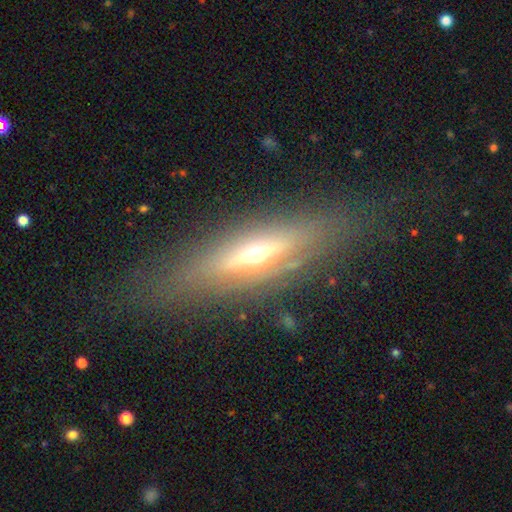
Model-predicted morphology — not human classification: smooth-or-featured: featured or disk: 63% | smooth: 28% | star or artifact: 9%
  disk-edge-on: yes: 80% | no: 20%
    edge-on-bulge: rounded: 89% | none: 6% | boxy: 5%
  merging: none: 74% | minor disturbance: 15% | major disturbance: 9% | merger: 2%